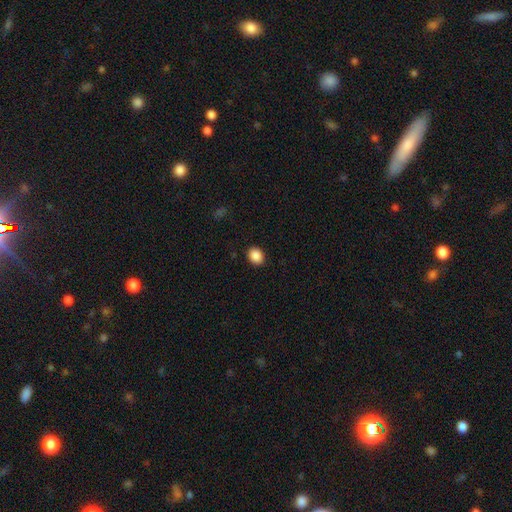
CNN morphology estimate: A smooth galaxy with no disk features (89%) that is round (51%). Merging: none (91%).